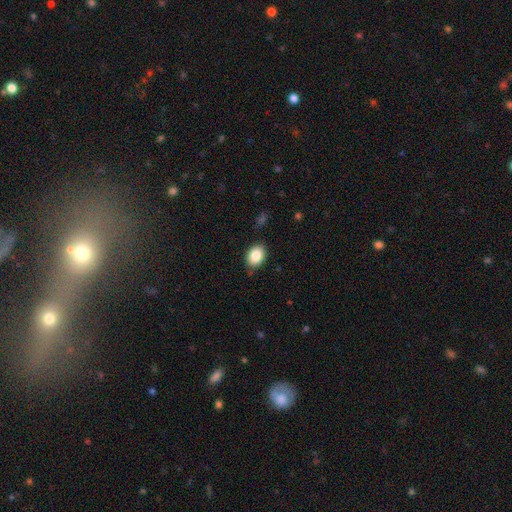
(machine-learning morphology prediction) Smooth or featured: smooth — 86% (star or artifact — 8%)
How rounded: in between — 73% (round — 26%)
Merging: none — 83% (minor disturbance — 13%)